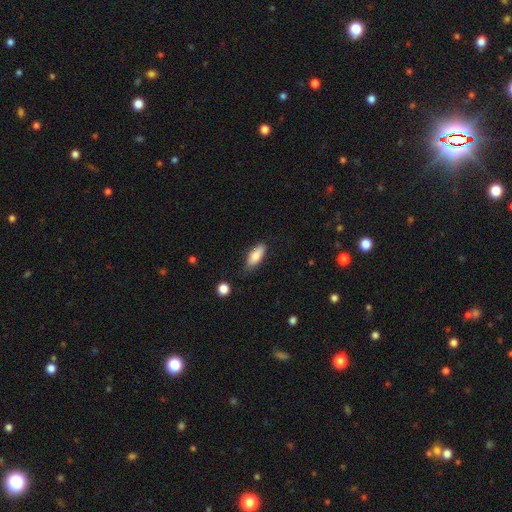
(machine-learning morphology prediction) Q: Smooth or featured?
A: smooth (82%); runner-up: featured or disk (11%)
Q: How rounded?
A: in between (77%); runner-up: cigar-shaped (21%)
Q: Merging?
A: none (75%); runner-up: minor disturbance (19%)